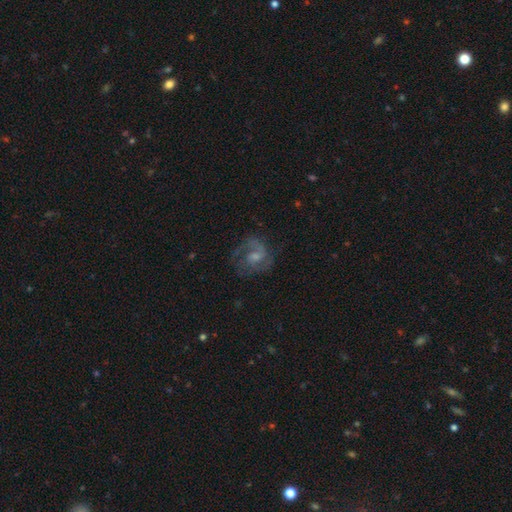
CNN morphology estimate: Smooth or featured?
  - featured or disk: 79% *
  - smooth: 13%
  - star or artifact: 7%
Edge-on disk?
  - no: 98% *
  - yes: 2%
Bar?
  - weak: 48% *
  - no: 44%
  - strong: 8%
Spiral arms?
  - yes: 93% *
  - no: 7%
Spiral winding?
  - medium: 53% *
  - tight: 26%
  - loose: 21%
Spiral arm count?
  - 2: 68% *
  - 1: 11%
  - can't tell: 10%
  - 3: 7%
  - 4: 2%
  - more than 4: 2%
Bulge size?
  - moderate: 40% * (tied)
  - small: 40% * (tied)
  - none: 14%
  - large: 5%
  - dominant: 1%
Merging?
  - none: 63% *
  - minor disturbance: 19%
  - major disturbance: 17%
  - merger: 2%